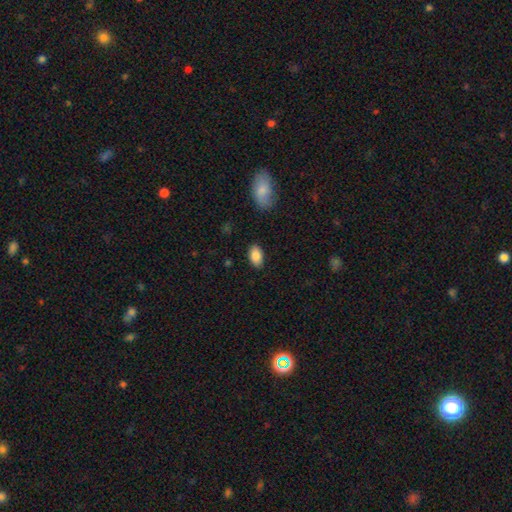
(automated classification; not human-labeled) smooth-or-featured: smooth: 87% | star or artifact: 7% | featured or disk: 6%
  how-rounded: in between: 93% | round: 5% | cigar-shaped: 2%
  merging: none: 86% | minor disturbance: 11% | major disturbance: 2% | merger: 1%